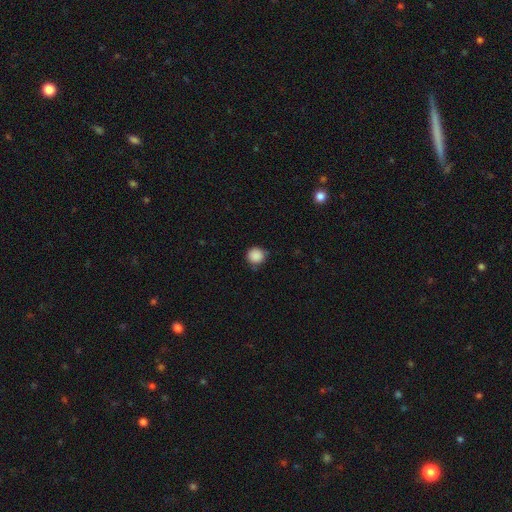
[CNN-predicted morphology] A smooth galaxy with no disk features (88%) that is round (93%). Merging: none (80%).